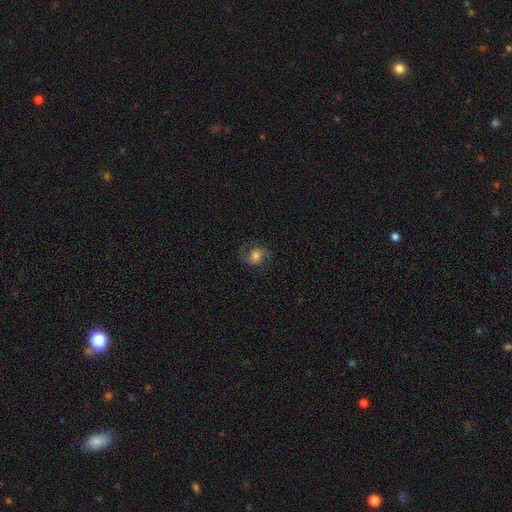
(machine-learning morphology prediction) Overall: featured or disk (62%; smooth 28%). Edge-on disk: no (97%). Bar: no (57%; weak 34%). Spiral arms: yes (91%). Spiral arm count: 2 (89%). Spiral winding: medium (50%; loose 37%). Bulge size: moderate (54%; small 21%). Merging: none (74%).